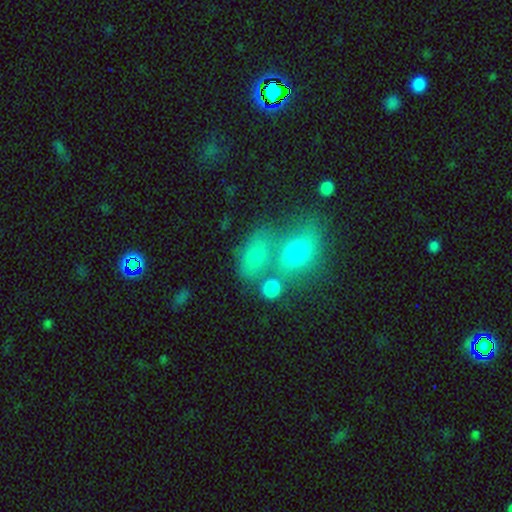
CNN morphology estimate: type=smooth (71%); roundness=in between (73%); merging=merger (40%).